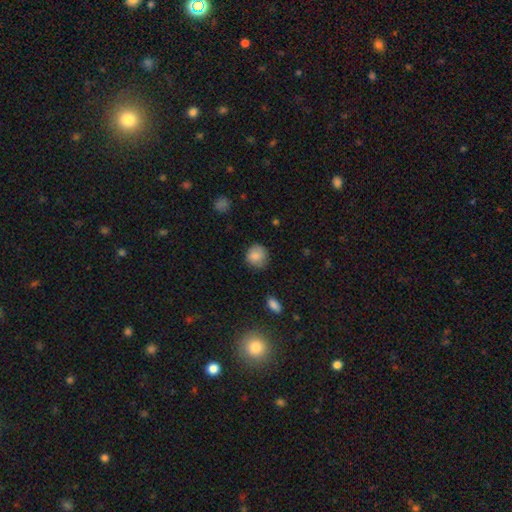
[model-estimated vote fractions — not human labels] The model was most divided on "merging": none: 79%, minor disturbance: 16%, major disturbance: 3%, merger: 1%. More confident: how rounded — round (86%); smooth or featured — smooth (85%).